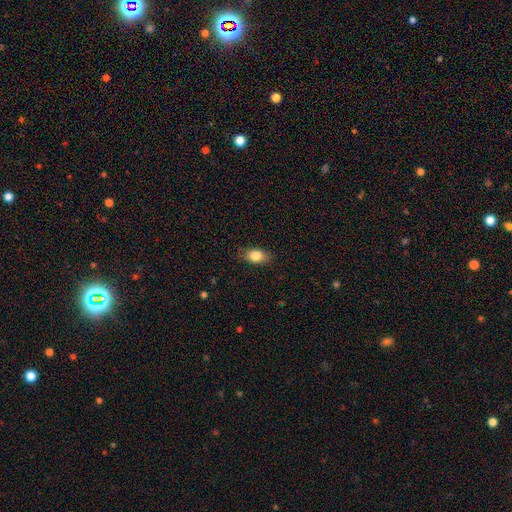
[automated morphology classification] Smooth or featured: smooth — 82% (featured or disk — 10%)
How rounded: in between — 83% (round — 14%)
Merging: none — 82% (minor disturbance — 14%)